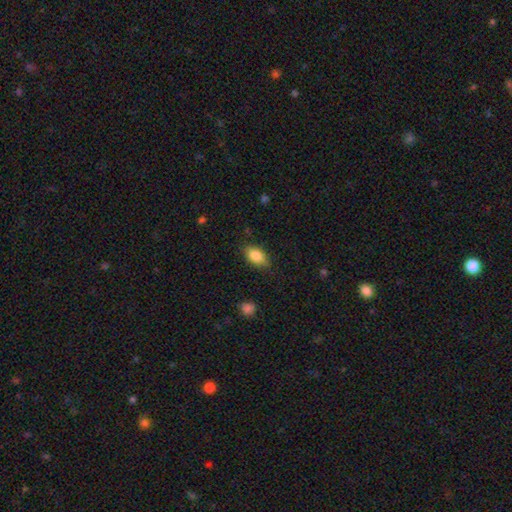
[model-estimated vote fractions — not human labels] smooth_or_featured: smooth (p=0.85) [alt: featured or disk p=0.08]
how_rounded: in between (p=0.89) [alt: round p=0.08]
merging: none (p=0.83) [alt: minor disturbance p=0.13]